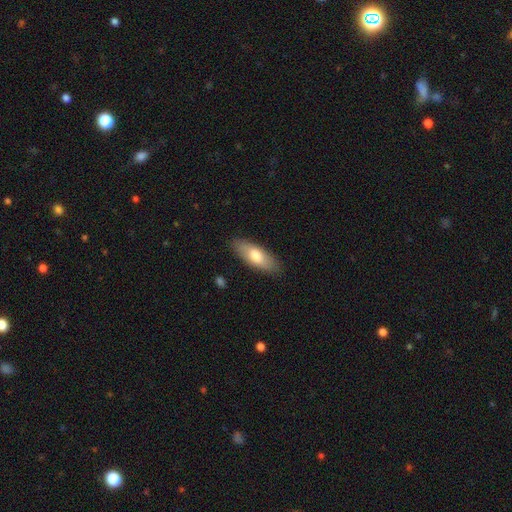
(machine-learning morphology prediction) This is likely a smooth galaxy (73%). How rounded: likely in between (72%). Merging: clearly none (86%).